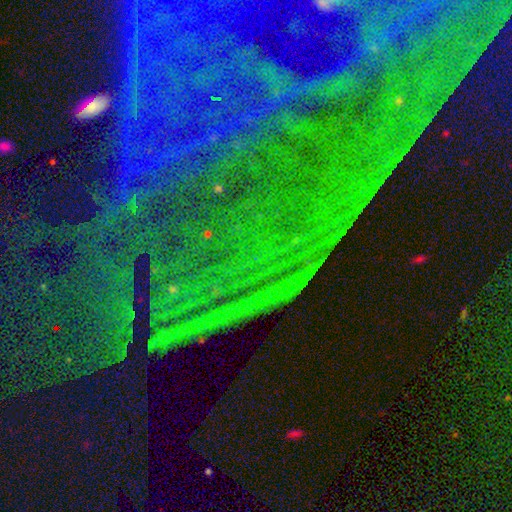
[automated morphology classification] type=star or artifact (81%).